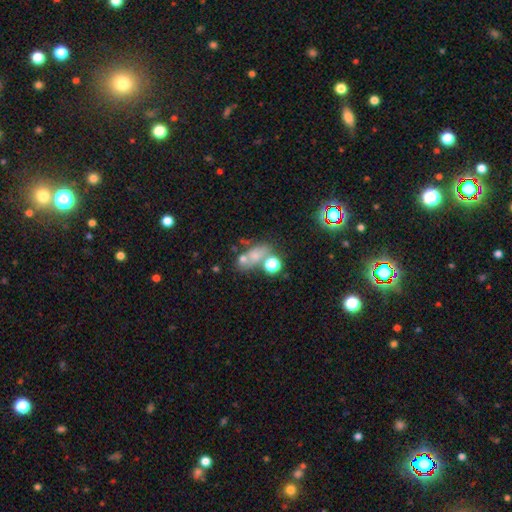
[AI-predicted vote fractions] Smooth or featured?
  - smooth: 57% *
  - featured or disk: 23%
  - star or artifact: 21%
How rounded?
  - in between: 60% *
  - round: 35%
  - cigar-shaped: 5%
Merging?
  - none: 38% *
  - merger: 37%
  - minor disturbance: 14%
  - major disturbance: 11%